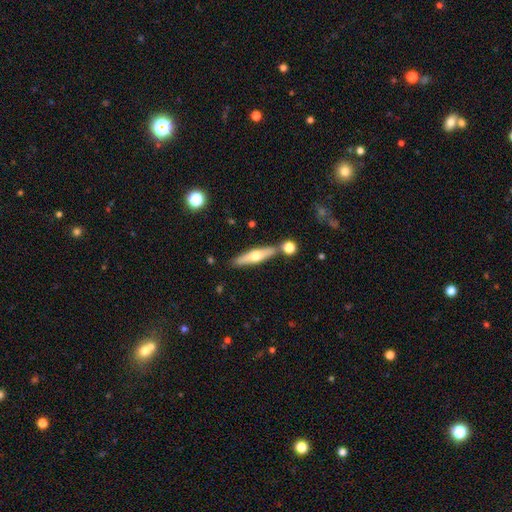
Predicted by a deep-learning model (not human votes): Smooth or featured? featured or disk (52%)
Edge-on disk? yes (91%)
Merging? none (75%)